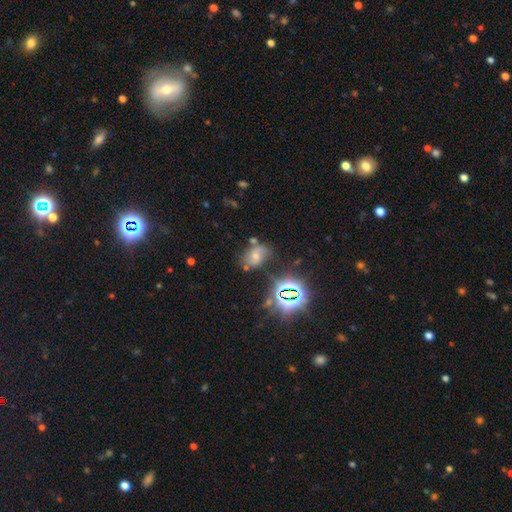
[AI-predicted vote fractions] smooth-or-featured: smooth: 38% | featured or disk: 35% | star or artifact: 28%
  merging: none: 56% | minor disturbance: 23% | major disturbance: 10% | merger: 10%